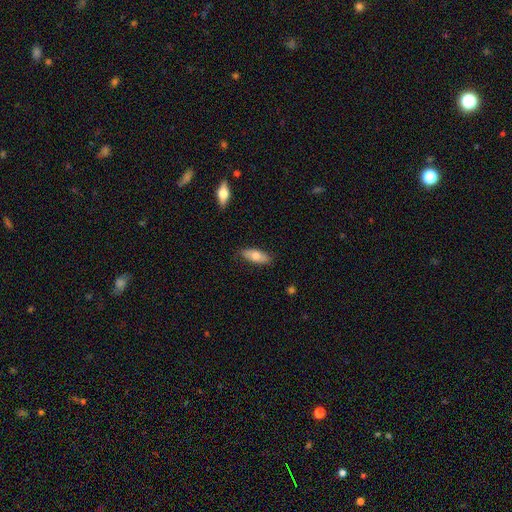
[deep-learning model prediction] This appears to be a smooth galaxy with no disk features (69%) that is in between round and cigar-shaped (78%). Merging: none (82%).